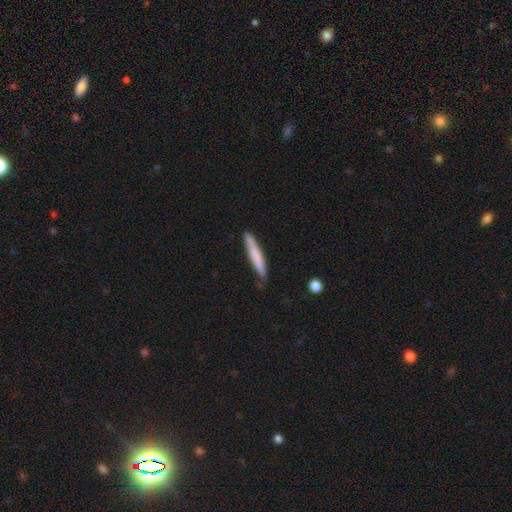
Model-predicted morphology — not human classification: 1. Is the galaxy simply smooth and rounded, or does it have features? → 71% smooth, 24% featured or disk, 5% star or artifact.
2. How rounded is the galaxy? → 94% cigar-shaped, 4% in between, 1% round.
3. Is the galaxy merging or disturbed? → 80% none, 16% minor disturbance, 2% major disturbance, 2% merger.